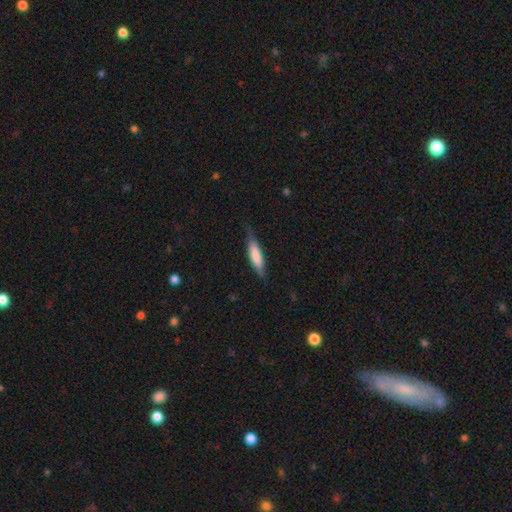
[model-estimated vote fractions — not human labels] A smooth galaxy with no disk features (70%) that is cigar-shaped (69%). Merging: none (68%).